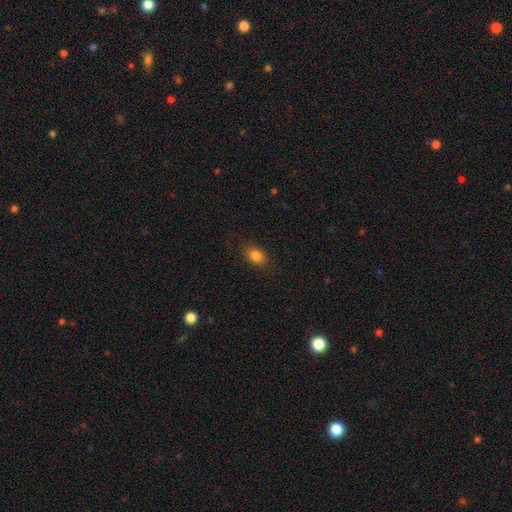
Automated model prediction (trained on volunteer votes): Smooth or featured: smooth — 83% (star or artifact — 10%)
How rounded: in between — 76% (round — 22%)
Merging: none — 84% (minor disturbance — 12%)